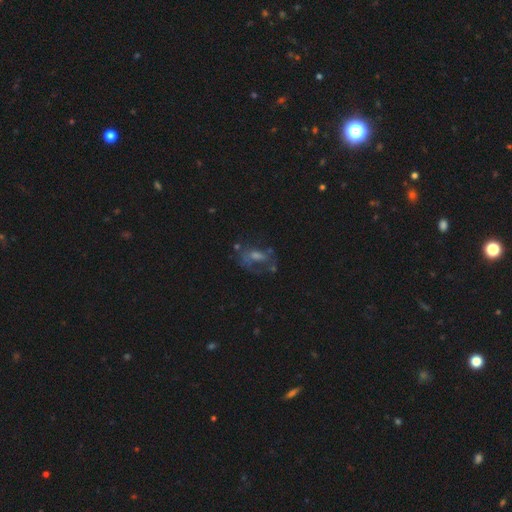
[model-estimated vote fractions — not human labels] Q: Smooth or featured?
A: featured or disk (55%); runner-up: smooth (23%)
Q: Edge-on disk?
A: no (94%); runner-up: yes (6%)
Q: Bar?
A: no (61%); runner-up: weak (31%)
Q: Spiral arms?
A: yes (50%); tied with: no (50%)
Q: Bulge size?
A: moderate (41%); runner-up: small (35%)
Q: Merging?
A: none (49%); runner-up: major disturbance (26%)